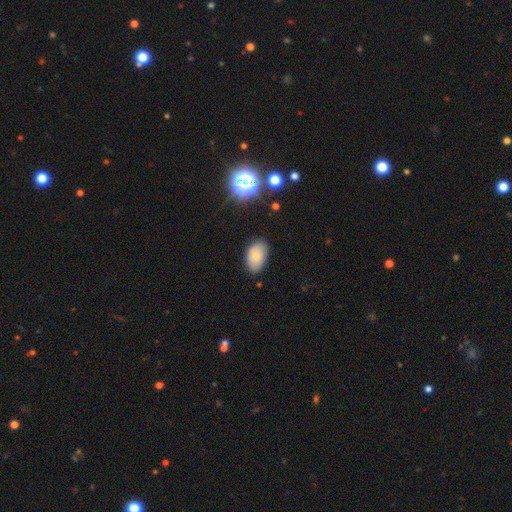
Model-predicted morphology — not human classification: smooth_or_featured: smooth (p=0.80) [alt: featured or disk p=0.11]
how_rounded: in between (p=0.91) [alt: round p=0.07]
merging: none (p=0.80) [alt: minor disturbance p=0.15]